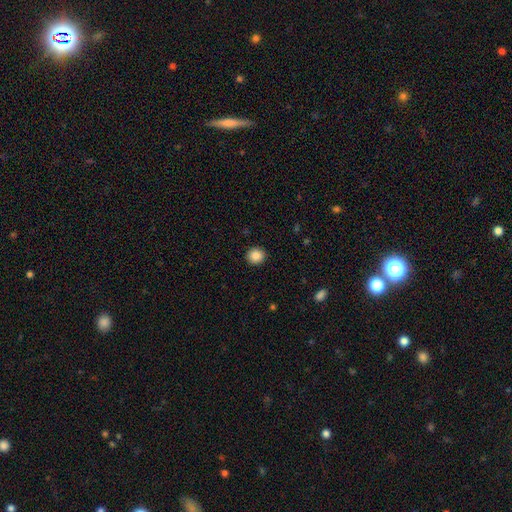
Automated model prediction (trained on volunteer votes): Morphology: type=smooth (87%); roundness=round (86%); merging=none (92%).